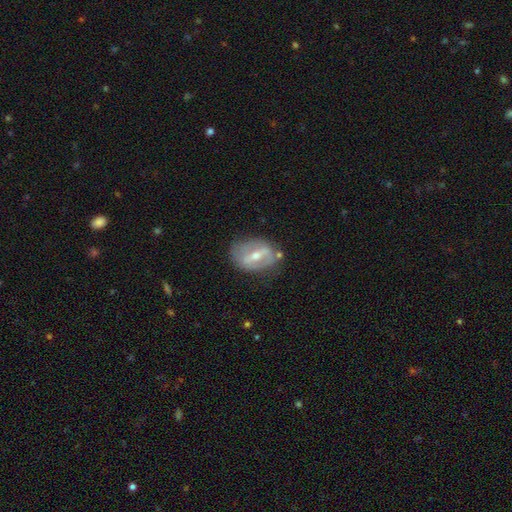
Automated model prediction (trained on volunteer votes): Overall: featured or disk (71%). Edge-on disk: no (92%). Bar: strong (61%; weak 29%). Spiral arms: no (53%; yes 47%). Bulge size: moderate (56%; small 40%). Merging: none (66%).